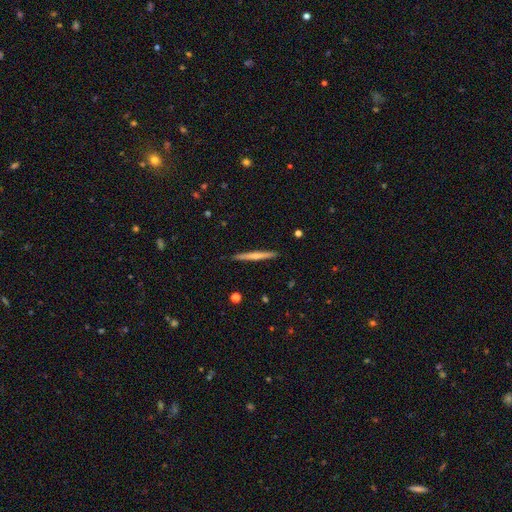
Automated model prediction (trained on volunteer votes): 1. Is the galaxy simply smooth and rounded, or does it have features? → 52% featured or disk, 42% smooth, 6% star or artifact.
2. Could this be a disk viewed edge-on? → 97% yes, 3% no.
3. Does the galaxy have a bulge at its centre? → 57% rounded, 38% none, 4% boxy.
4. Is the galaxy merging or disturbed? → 90% none, 7% minor disturbance, 1% major disturbance, 1% merger.